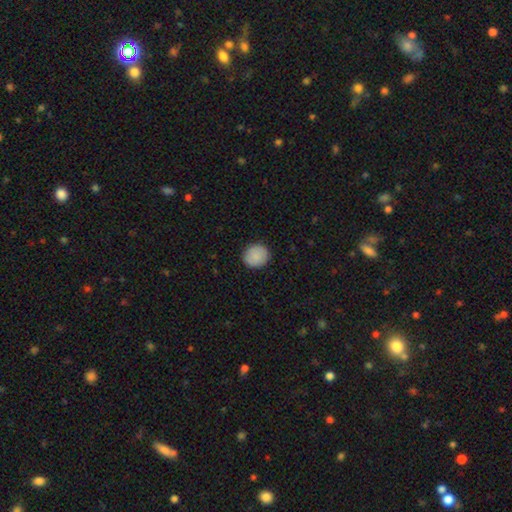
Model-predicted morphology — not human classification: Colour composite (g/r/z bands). It shows a smooth galaxy with no disk features (87%) that is round (84%). Merging: none (89%).